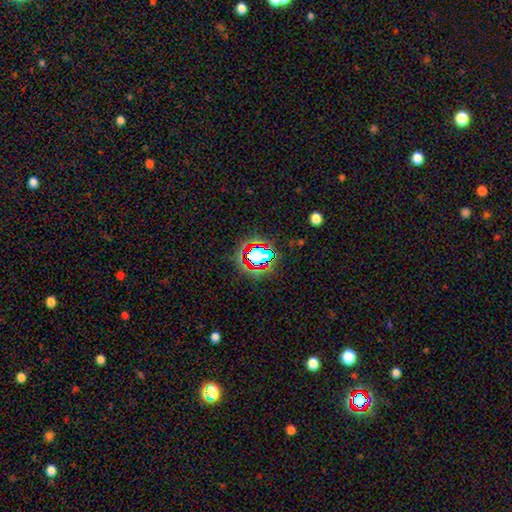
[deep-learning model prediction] Smooth or featured?
  - star or artifact: 53% *
  - smooth: 30%
  - featured or disk: 17%